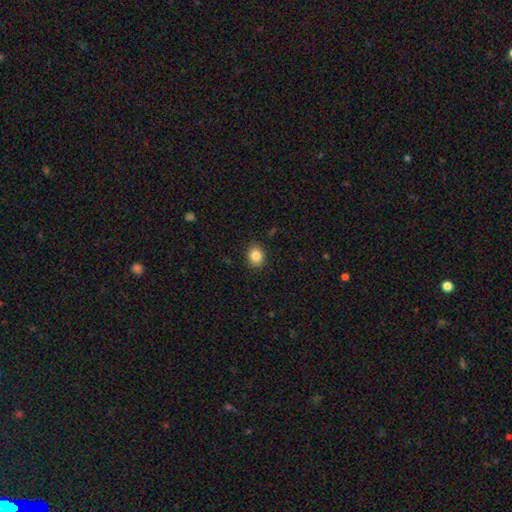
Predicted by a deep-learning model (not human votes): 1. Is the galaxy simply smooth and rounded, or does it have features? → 86% smooth, 10% star or artifact, 5% featured or disk.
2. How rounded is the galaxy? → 62% round, 37% in between, 1% cigar-shaped.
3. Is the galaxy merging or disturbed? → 89% none, 8% minor disturbance, 2% major disturbance, 1% merger.